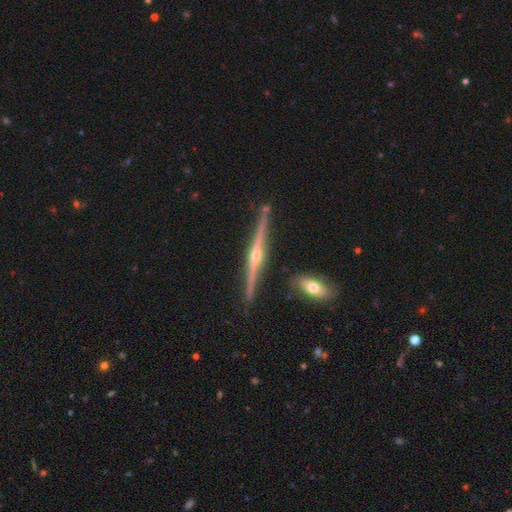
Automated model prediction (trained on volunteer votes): This is clearly a featured or disk galaxy (87%). It is clearly viewed edge-on (98%). Edge-on bulge: clearly rounded (91%). Merging: clearly none (86%).